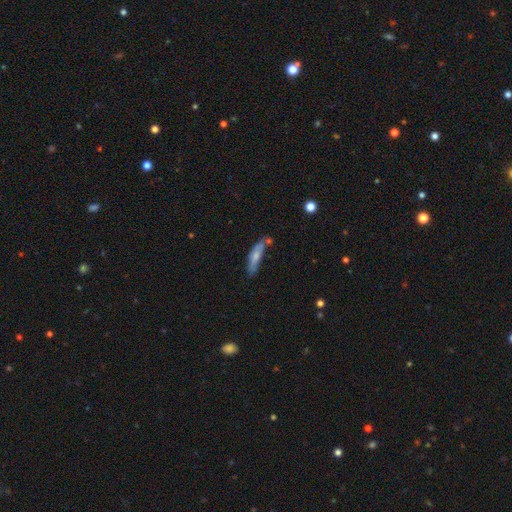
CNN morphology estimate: smooth-or-featured: smooth: 61% | featured or disk: 32% | star or artifact: 6%
  how-rounded: cigar-shaped: 72% | in between: 26% | round: 2%
  merging: none: 49% | minor disturbance: 27% | merger: 15% | major disturbance: 10%